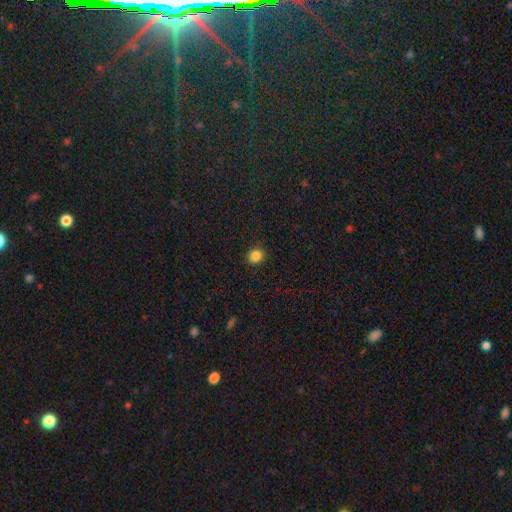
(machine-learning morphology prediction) Smooth or featured? Predicted: smooth (p=0.85). How rounded? Predicted: round (p=0.83). Merging? Predicted: none (p=0.91).